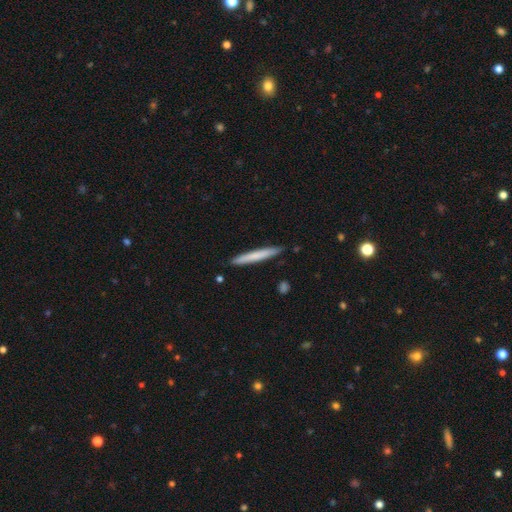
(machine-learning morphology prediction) This appears to be a smooth galaxy with no disk features (70%) that is cigar-shaped (96%). Merging: none (90%).